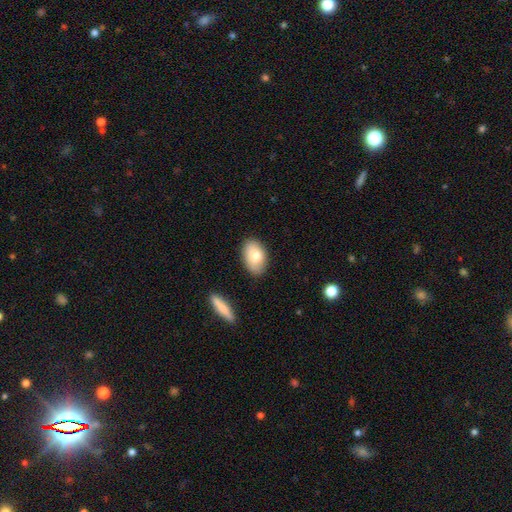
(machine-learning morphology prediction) Smooth or featured: smooth — 77% (featured or disk — 16%)
How rounded: in between — 90% (round — 8%)
Merging: none — 85% (minor disturbance — 11%)